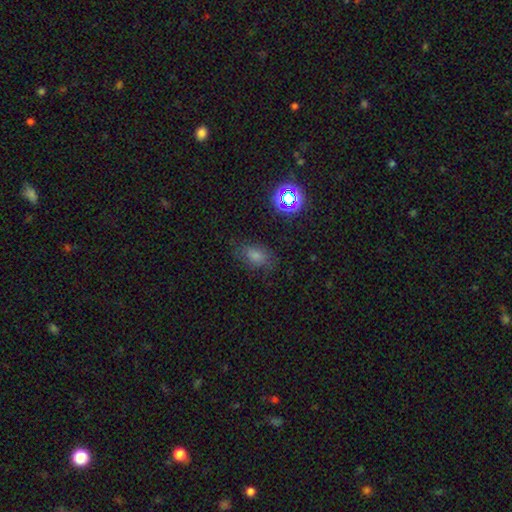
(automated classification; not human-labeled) This appears to be a smooth galaxy with no disk features (70%) that is in between round and cigar-shaped (85%). Merging: none (71%).